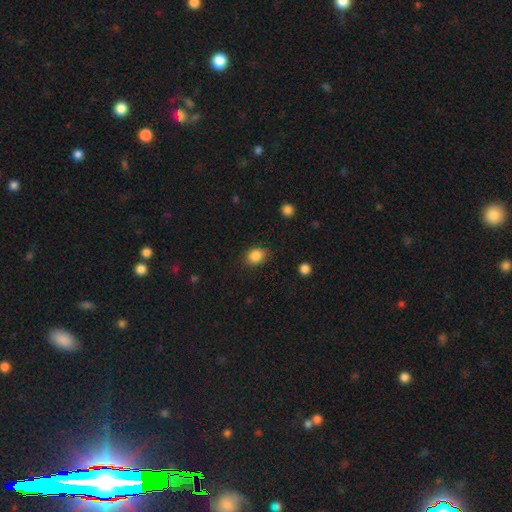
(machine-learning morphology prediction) Q: Smooth or featured?
A: smooth (86%); runner-up: star or artifact (9%)
Q: How rounded?
A: in between (53%); runner-up: round (46%)
Q: Merging?
A: none (80%); runner-up: minor disturbance (15%)